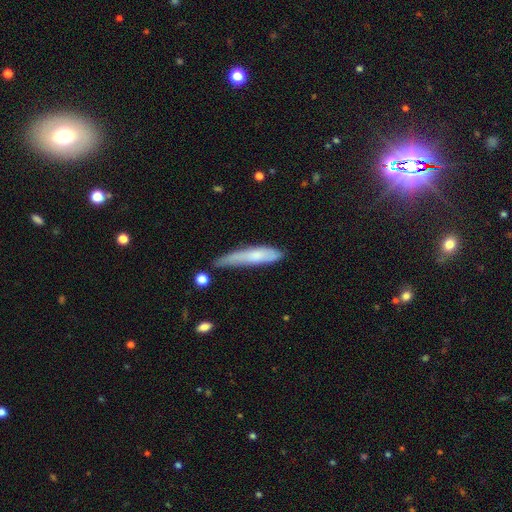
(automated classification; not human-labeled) The model was most divided on "merging": none: 45%, minor disturbance: 38%, major disturbance: 12%, merger: 5%. More confident: how rounded — cigar-shaped (84%); smooth or featured — smooth (67%).